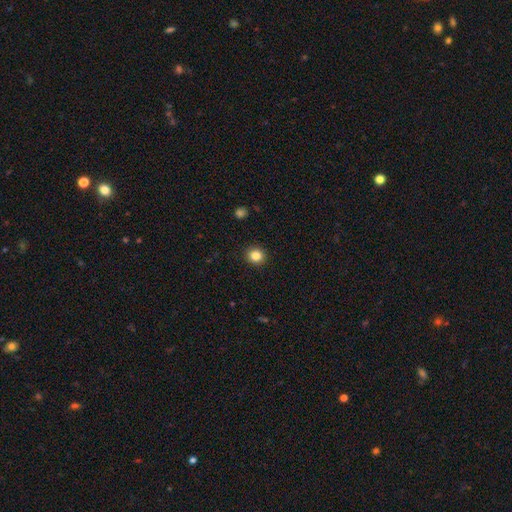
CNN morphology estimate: This appears to be a smooth galaxy with no disk features (84%) that is round (87%). Merging: none (92%).